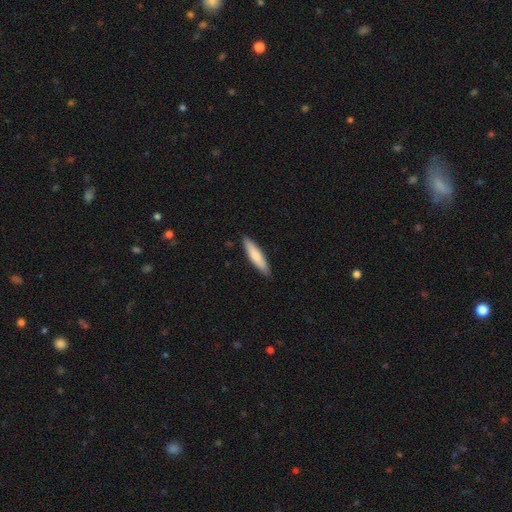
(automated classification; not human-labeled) A smooth galaxy with no disk features (77%) that is cigar-shaped (80%). Merging: none (88%).